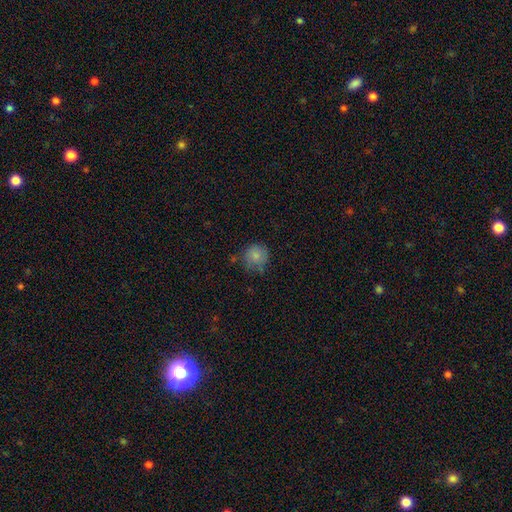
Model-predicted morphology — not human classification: Smooth or featured?
  - smooth: 79% *
  - featured or disk: 11%
  - star or artifact: 9%
How rounded?
  - round: 88% *
  - in between: 11%
  - cigar-shaped: 1%
Merging?
  - none: 61% *
  - minor disturbance: 28%
  - major disturbance: 8%
  - merger: 3%